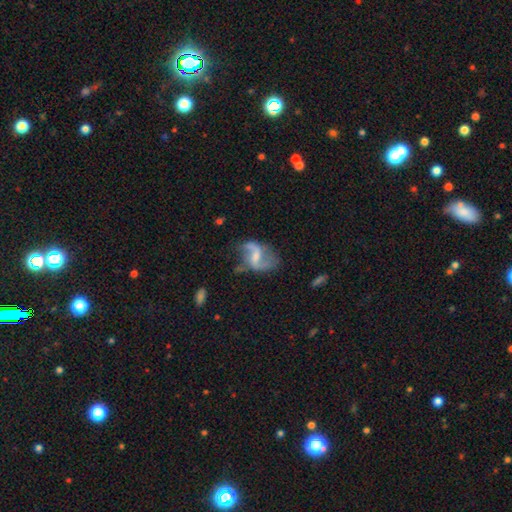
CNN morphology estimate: Smooth or featured: featured or disk — 82% (smooth — 12%)
Edge-on disk: no — 97% (yes — 3%)
Bar: weak — 54% (strong — 23%)
Spiral arms: yes — 92% (no — 8%)
Spiral winding: loose — 69% (medium — 26%)
Spiral arm count: 2 — 88% (1 — 4%)
Bulge size: small — 43% (moderate — 36%)
Merging: none — 54% (minor disturbance — 23%)